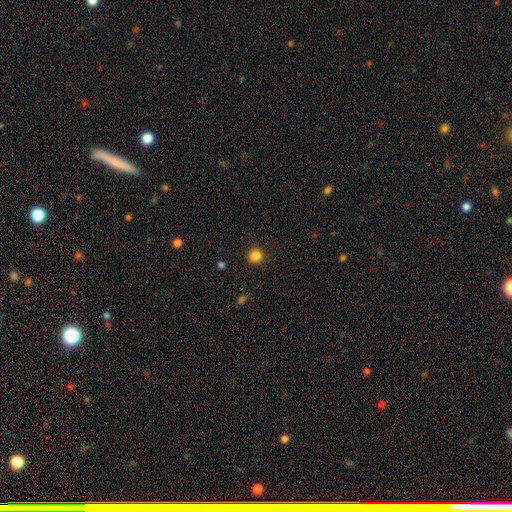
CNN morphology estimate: Smooth or featured? Predicted: smooth (p=0.84). How rounded? Predicted: round (p=0.91). Merging? Predicted: none (p=0.90).